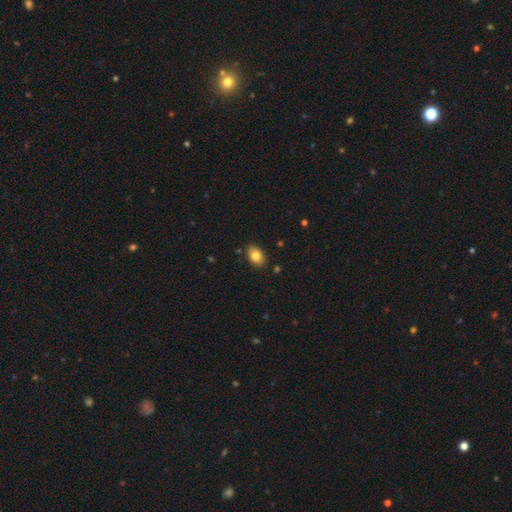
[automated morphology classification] Smooth or featured? Predicted: smooth (p=0.82). How rounded? Predicted: in between (p=0.84). Merging? Predicted: none (p=0.86).